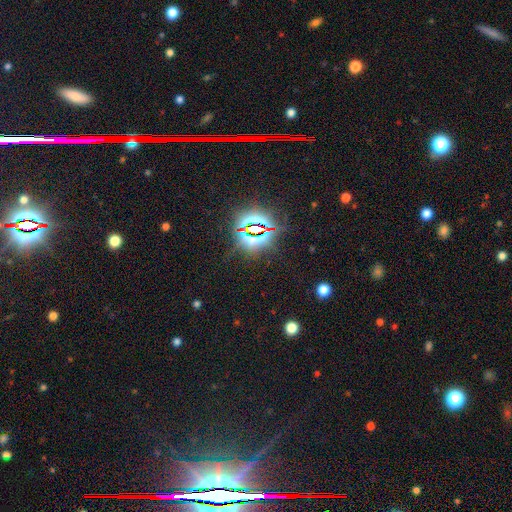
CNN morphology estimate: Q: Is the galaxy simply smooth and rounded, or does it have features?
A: star or artifact — 84%.